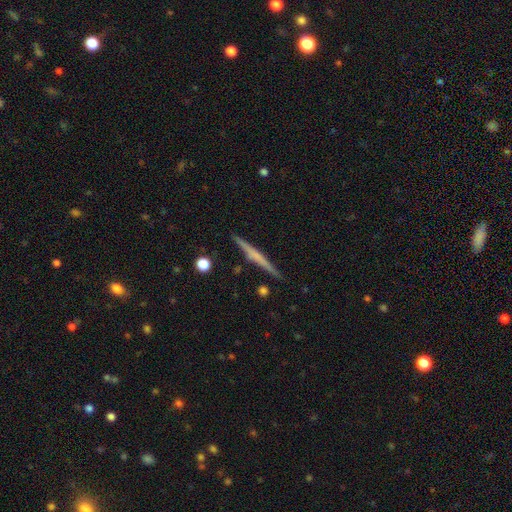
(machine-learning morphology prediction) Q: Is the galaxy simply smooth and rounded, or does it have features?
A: featured or disk — 59%.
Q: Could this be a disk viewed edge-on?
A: yes — 98%.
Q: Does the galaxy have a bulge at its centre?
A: none — 59%.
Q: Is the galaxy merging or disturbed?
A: none — 90%.